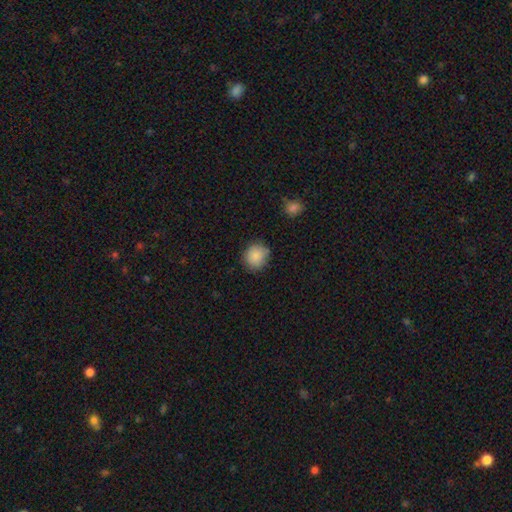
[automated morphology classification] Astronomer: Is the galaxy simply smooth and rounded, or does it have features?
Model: smooth — 87%.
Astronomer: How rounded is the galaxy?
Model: round — 84%.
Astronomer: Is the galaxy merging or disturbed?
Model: none — 82%.